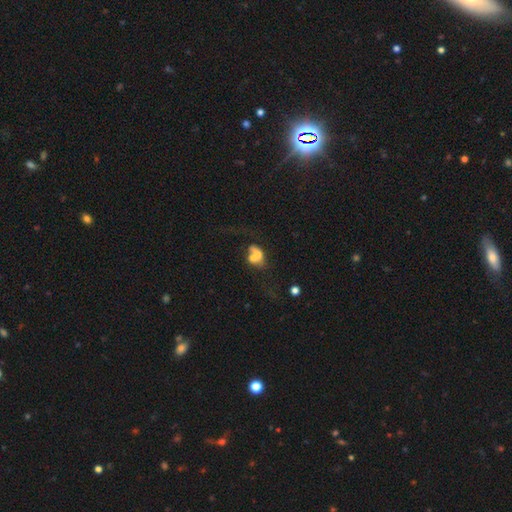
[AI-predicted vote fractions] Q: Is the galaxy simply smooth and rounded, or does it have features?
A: smooth — 52%.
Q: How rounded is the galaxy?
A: in between — 61%.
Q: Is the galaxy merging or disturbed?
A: merger — 55%.